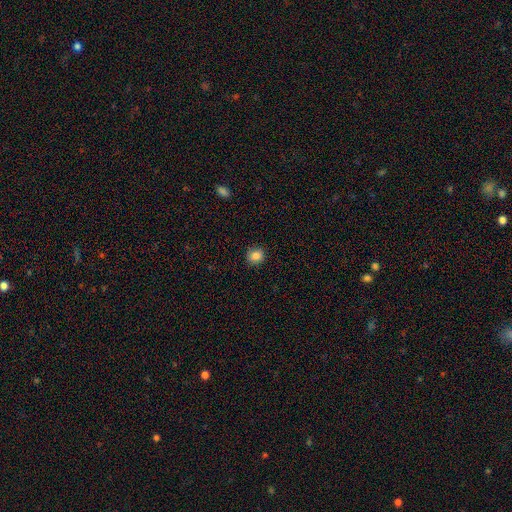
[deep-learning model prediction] This appears to be a smooth galaxy with no disk features (84%) that is round (80%). Merging: none (87%).